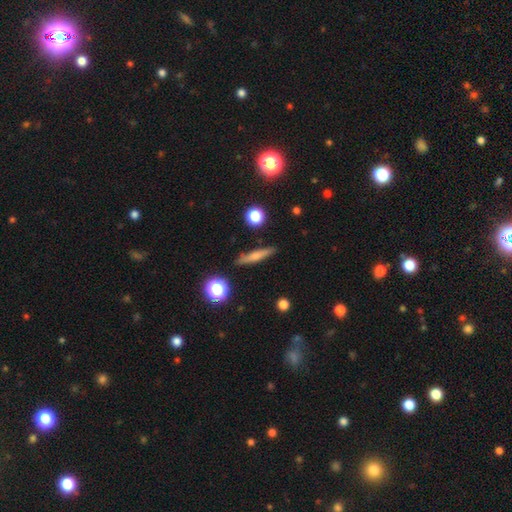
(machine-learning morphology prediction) Smooth or featured? smooth (59%)
How rounded? cigar-shaped (83%)
Merging? none (87%)